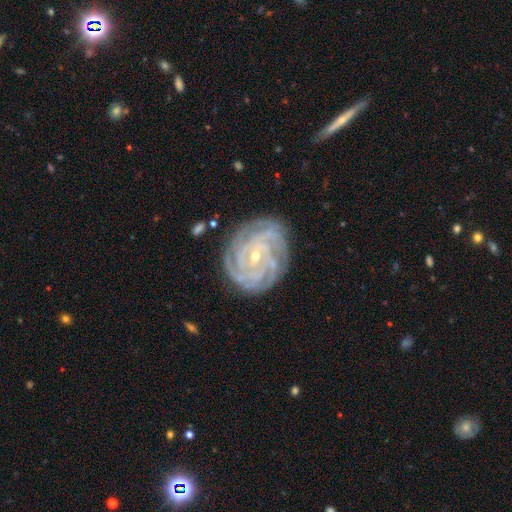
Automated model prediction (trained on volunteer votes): featured or disk 90%, star or artifact 6%, smooth 4%. Down the decision tree: edge-on disk — no (98%); bar — no (60%); spiral arms — yes (99%); spiral arm count — 4 (35%); spiral winding — tight (85%); bulge size — small (76%); merging — none (82%).